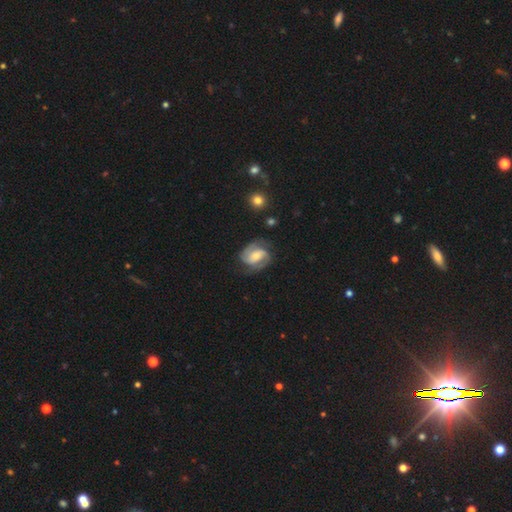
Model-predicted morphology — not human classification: Smooth or featured? Predicted: featured or disk (p=0.82). Edge-on disk? Predicted: no (p=0.98). Bar? Predicted: weak (p=0.42). Spiral arms? Predicted: yes (p=0.96). Spiral winding? Predicted: medium (p=0.49). Spiral arm count? Predicted: 2 (p=0.86). Bulge size? Predicted: moderate (p=0.46). Merging? Predicted: none (p=0.72).